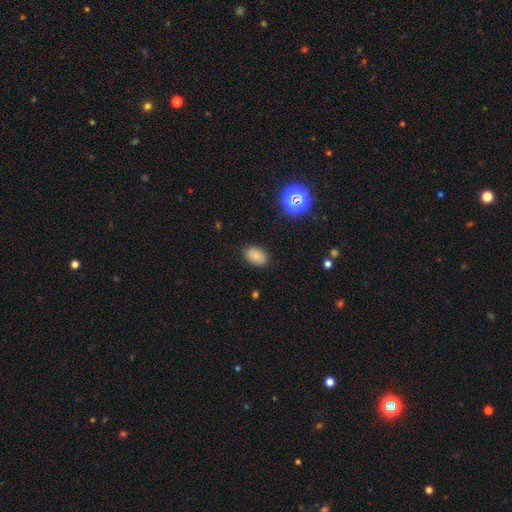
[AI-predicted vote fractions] Overall: smooth (80%). How rounded: in between (84%). Merging: none (86%).